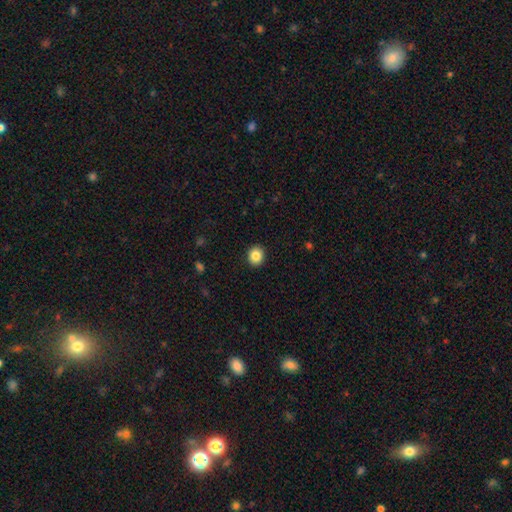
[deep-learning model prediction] Overall: smooth (86%). How rounded: round (78%). Merging: none (92%).